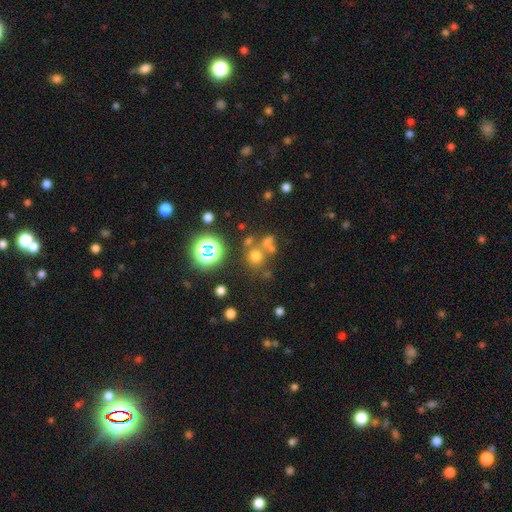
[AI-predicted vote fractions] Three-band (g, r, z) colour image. It shows a smooth galaxy with no disk features (61%) that is round (87%). Merging: none (62%).